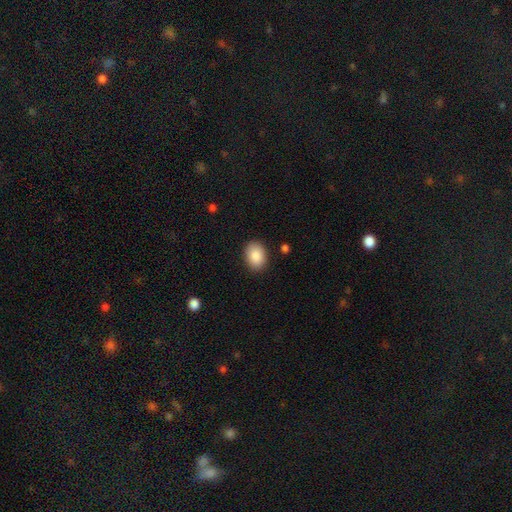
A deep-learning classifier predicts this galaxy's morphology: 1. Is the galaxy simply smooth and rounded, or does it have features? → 88% smooth, 7% star or artifact, 5% featured or disk.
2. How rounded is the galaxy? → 77% in between, 22% round, 1% cigar-shaped.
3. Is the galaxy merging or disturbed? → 88% none, 8% minor disturbance, 2% major disturbance, 1% merger.